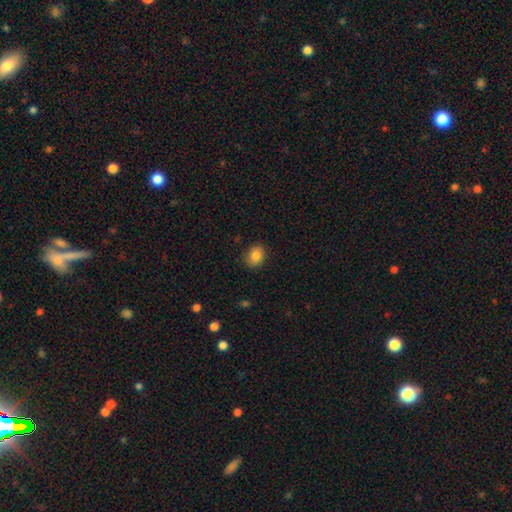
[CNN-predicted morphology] A smooth galaxy with no disk features (85%) that is round (55%).

Vote fractions:
- Smooth or featured? smooth: 85% / star or artifact: 9% / featured or disk: 6%
- How rounded? round: 55% / in between: 44% / cigar-shaped: 1%
- Merging? none: 86% / minor disturbance: 11% / major disturbance: 2% / merger: 1%